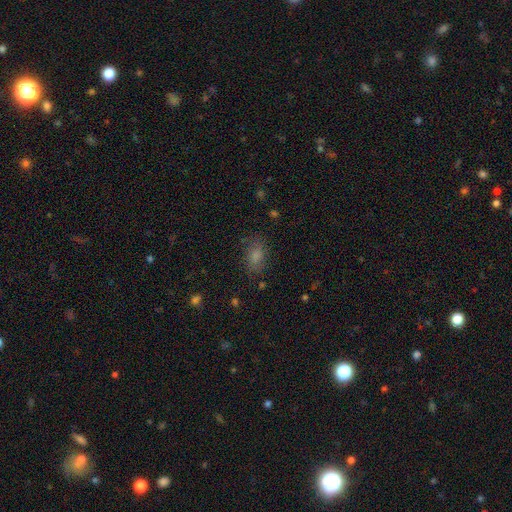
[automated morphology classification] Smooth or featured?
  - smooth: 77% *
  - star or artifact: 12%
  - featured or disk: 11%
How rounded?
  - in between: 84% *
  - round: 14%
  - cigar-shaped: 3%
Merging?
  - none: 72% *
  - minor disturbance: 18%
  - major disturbance: 8%
  - merger: 2%